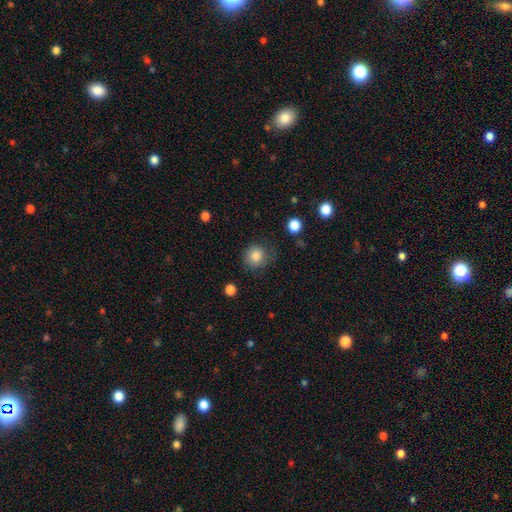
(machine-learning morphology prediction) Smooth or featured: smooth — 84% (star or artifact — 10%)
How rounded: round — 87% (in between — 12%)
Merging: none — 73% (minor disturbance — 18%)